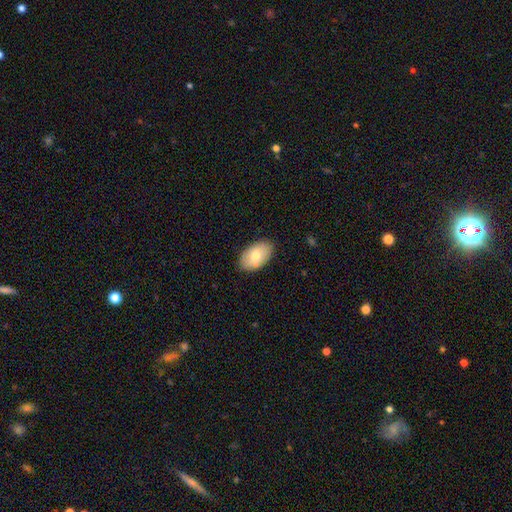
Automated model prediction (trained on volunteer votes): Overall: smooth (75%). How rounded: in between (93%). Merging: none (85%).